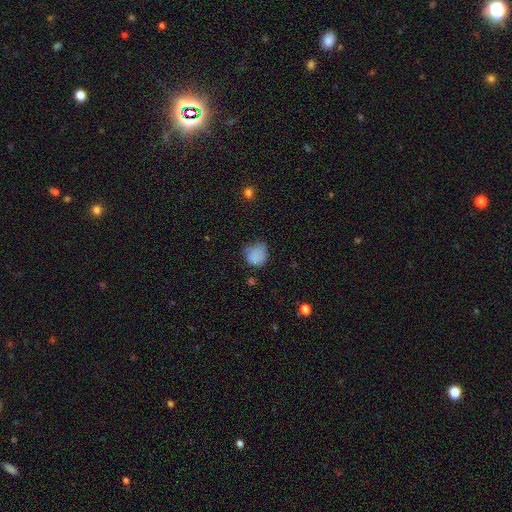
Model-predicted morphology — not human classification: Q: Smooth or featured?
A: smooth (79%); runner-up: star or artifact (11%)
Q: How rounded?
A: round (66%); runner-up: in between (33%)
Q: Merging?
A: none (41%); runner-up: minor disturbance (38%)